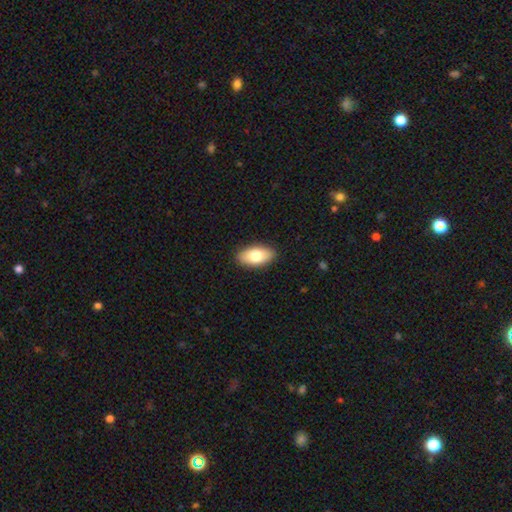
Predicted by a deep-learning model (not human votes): The model was most divided on "smooth or featured": smooth: 77%, featured or disk: 17%, star or artifact: 6%. More confident: how rounded — in between (92%); merging — none (90%).